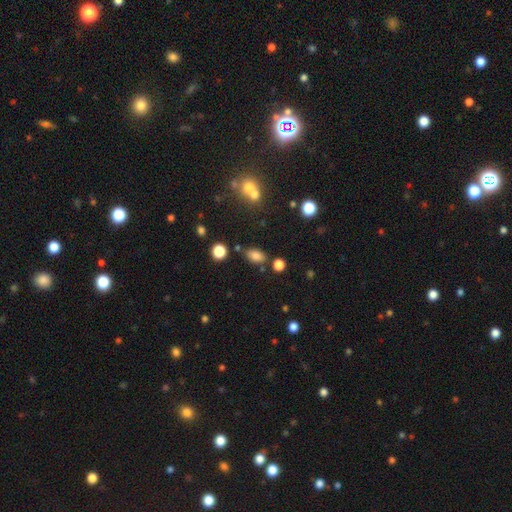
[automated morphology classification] Q: Smooth or featured?
A: smooth (80%); runner-up: star or artifact (12%)
Q: How rounded?
A: in between (87%); runner-up: round (10%)
Q: Merging?
A: none (75%); runner-up: minor disturbance (13%)